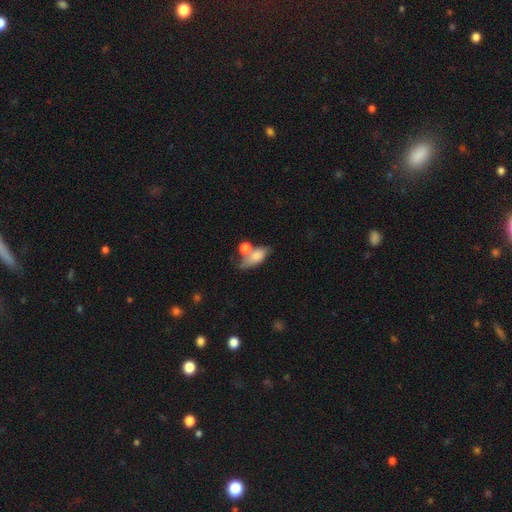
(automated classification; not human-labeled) Q: Smooth or featured?
A: smooth (72%); runner-up: featured or disk (20%)
Q: How rounded?
A: in between (80%); runner-up: round (11%)
Q: Merging?
A: merger (35%); runner-up: none (34%)